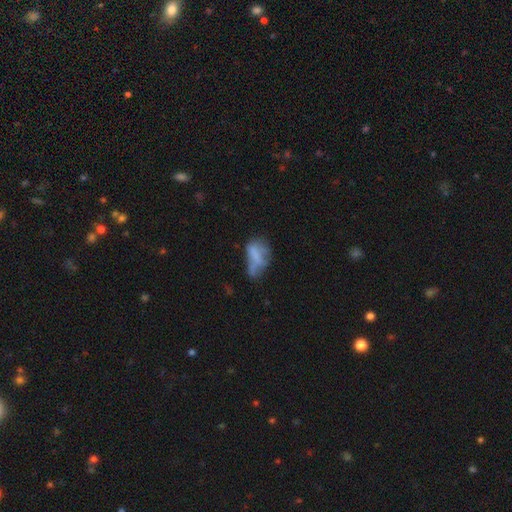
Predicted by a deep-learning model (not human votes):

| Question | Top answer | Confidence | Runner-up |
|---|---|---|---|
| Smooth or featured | smooth | 56% | featured or disk (32%) |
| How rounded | in between | 83% | round (9%) |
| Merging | major disturbance | 33% | none (30%) |